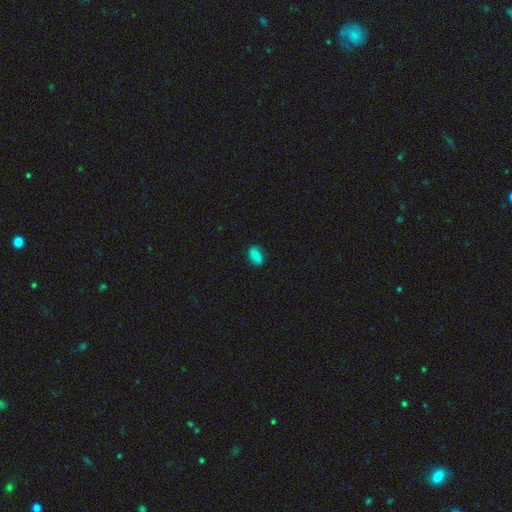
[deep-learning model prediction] Q: Smooth or featured?
A: smooth (85%); runner-up: star or artifact (9%)
Q: How rounded?
A: in between (91%); runner-up: round (6%)
Q: Merging?
A: none (85%); runner-up: minor disturbance (11%)